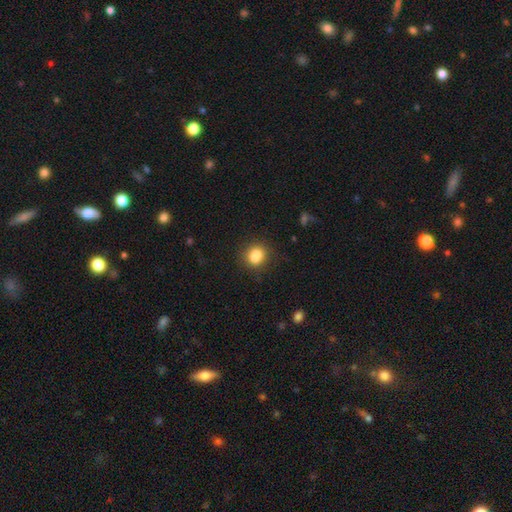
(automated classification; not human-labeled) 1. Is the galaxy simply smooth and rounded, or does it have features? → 82% smooth, 11% star or artifact, 7% featured or disk.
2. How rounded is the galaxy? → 64% round, 35% in between, 1% cigar-shaped.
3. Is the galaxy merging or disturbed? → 71% none, 15% minor disturbance, 10% merger, 4% major disturbance.